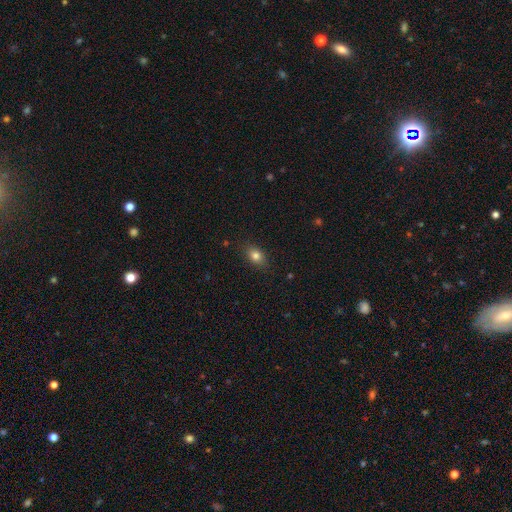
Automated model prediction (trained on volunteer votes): This appears to be a smooth galaxy with no disk features (80%) that is in between round and cigar-shaped (76%). Merging: none (85%).